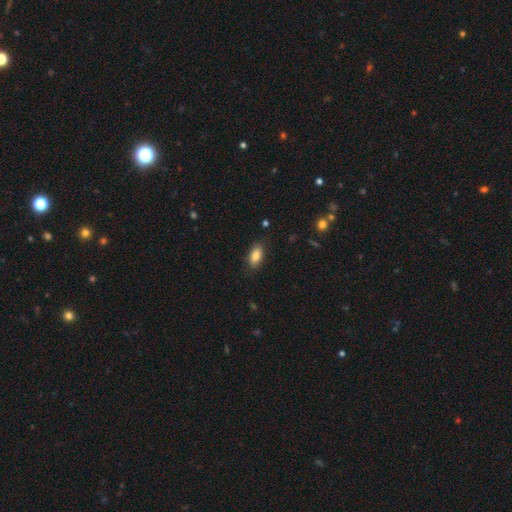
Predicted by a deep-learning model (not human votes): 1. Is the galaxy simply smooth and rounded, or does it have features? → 84% smooth, 9% featured or disk, 8% star or artifact.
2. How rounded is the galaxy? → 89% in between, 6% cigar-shaped, 4% round.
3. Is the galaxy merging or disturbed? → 82% none, 14% minor disturbance, 3% major disturbance, 1% merger.